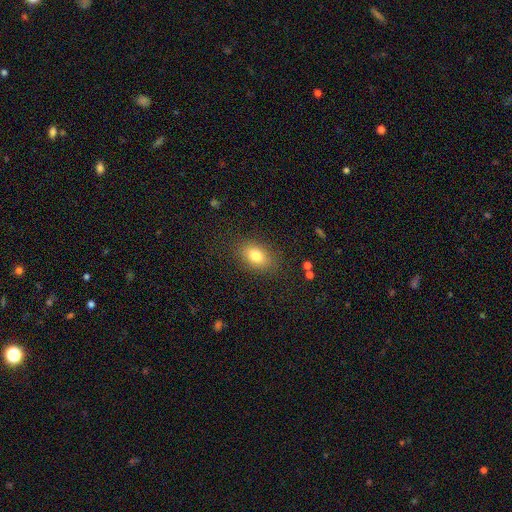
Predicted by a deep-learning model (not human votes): smooth-or-featured: smooth: 80% | featured or disk: 10% | star or artifact: 10%
  how-rounded: in between: 80% | round: 18% | cigar-shaped: 2%
  merging: none: 84% | minor disturbance: 11% | major disturbance: 4% | merger: 1%